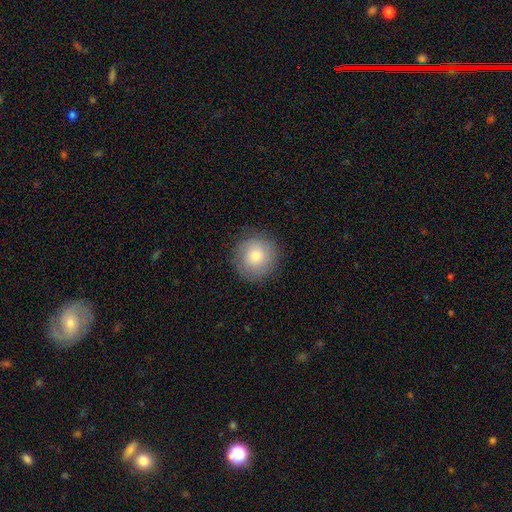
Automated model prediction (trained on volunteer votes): Smooth or featured?
  - smooth: 75% *
  - featured or disk: 16%
  - star or artifact: 9%
How rounded?
  - round: 93% *
  - in between: 6%
  - cigar-shaped: 1%
Merging?
  - none: 86% *
  - minor disturbance: 10%
  - major disturbance: 3%
  - merger: 1%